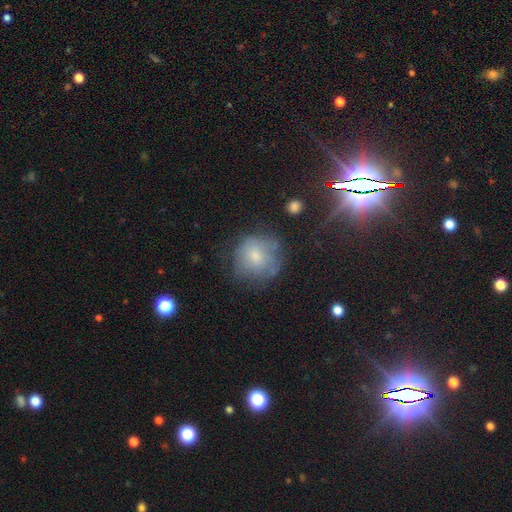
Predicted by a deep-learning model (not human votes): A smooth galaxy with no disk features (62%) that is round (84%). Merging: none (56%).